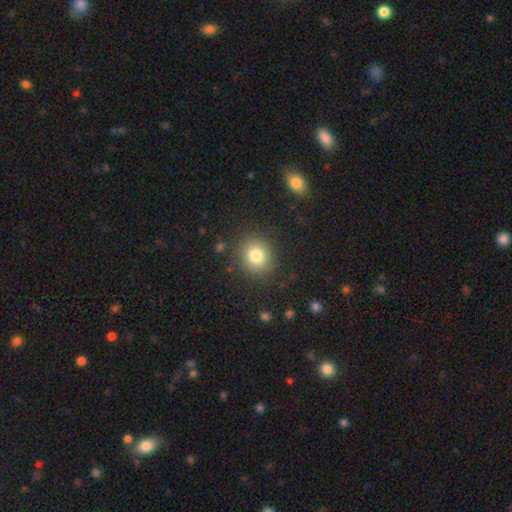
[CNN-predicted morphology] A smooth galaxy with no disk features (81%) that is round (84%).

Vote fractions:
- Smooth or featured? smooth: 81% / star or artifact: 11% / featured or disk: 8%
- How rounded? round: 84% / in between: 15% / cigar-shaped: 1%
- Merging? none: 87% / minor disturbance: 8% / major disturbance: 3% / merger: 2%